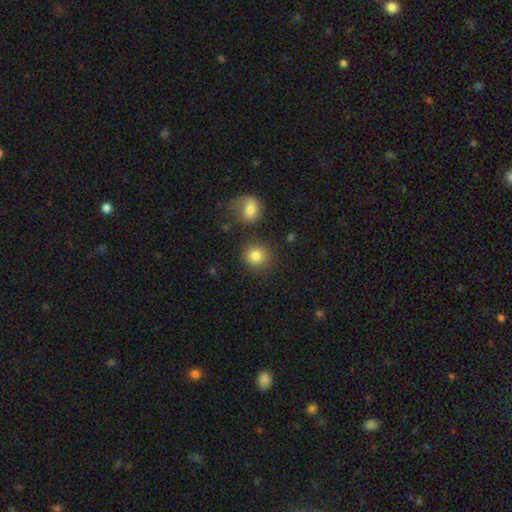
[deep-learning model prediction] This appears to be a smooth galaxy with no disk features (84%) that is round (83%). Merging: none (80%).